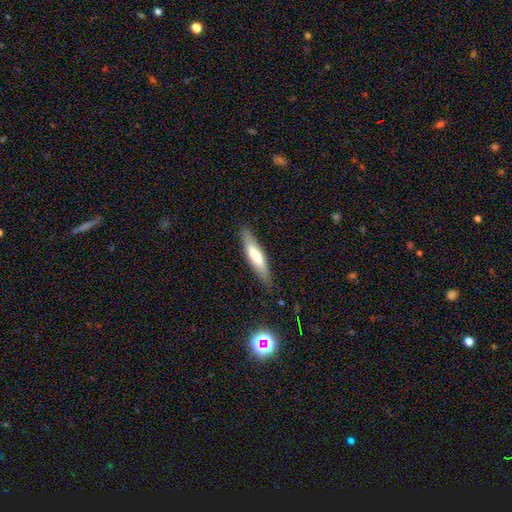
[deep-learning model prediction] Smooth or featured: smooth — 65% (featured or disk — 29%)
How rounded: cigar-shaped — 80% (in between — 18%)
Merging: none — 85% (minor disturbance — 12%)